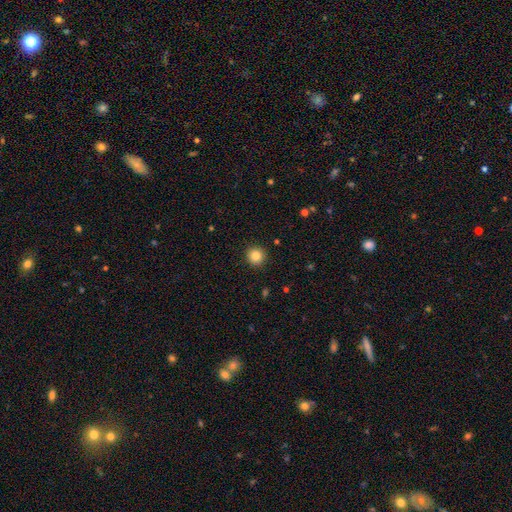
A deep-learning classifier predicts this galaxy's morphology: Smooth or featured? Predicted: smooth (p=0.84). How rounded? Predicted: round (p=0.95). Merging? Predicted: none (p=0.92).